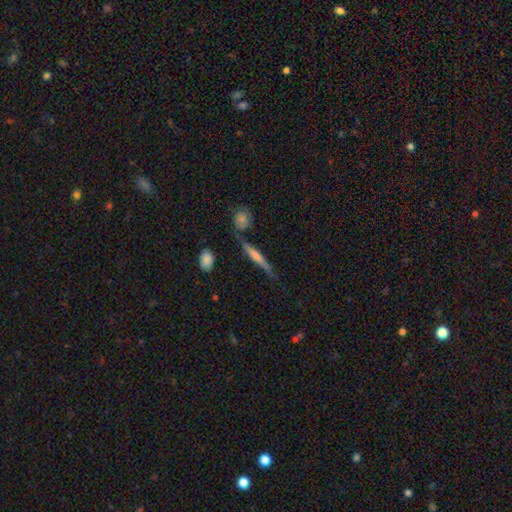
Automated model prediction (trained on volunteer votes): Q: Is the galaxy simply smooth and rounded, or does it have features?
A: featured or disk — 58%.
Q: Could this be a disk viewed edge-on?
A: yes — 95%.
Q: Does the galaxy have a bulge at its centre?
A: rounded — 52%.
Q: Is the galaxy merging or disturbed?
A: none — 77%.